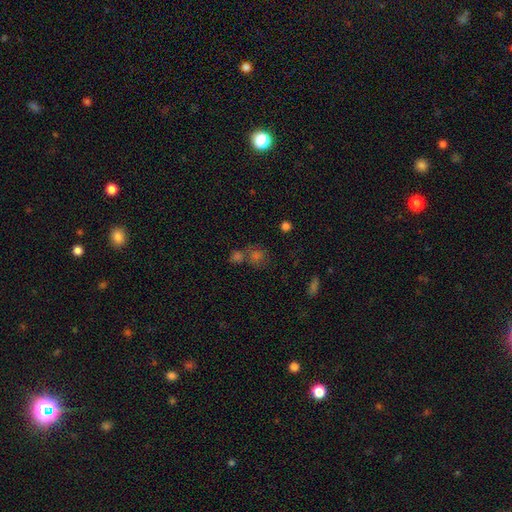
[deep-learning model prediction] smooth-or-featured: smooth: 51% | star or artifact: 35% | featured or disk: 14%
  how-rounded: round: 79% | in between: 19% | cigar-shaped: 2%
  merging: none: 56% | merger: 28% | minor disturbance: 10% | major disturbance: 6%